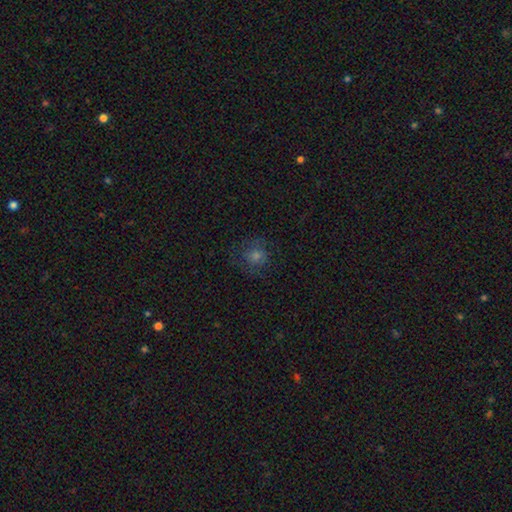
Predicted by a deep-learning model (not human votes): Overall: smooth (50%; featured or disk 29%). Merging: none (74%).